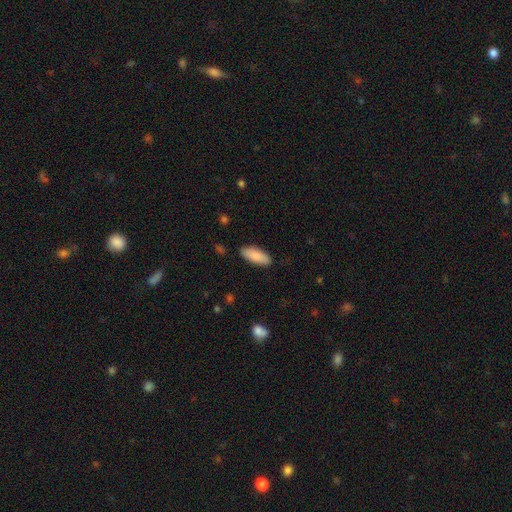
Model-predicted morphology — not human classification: This is clearly a smooth galaxy (88%). How rounded: likely in between (77%). Merging: clearly none (88%).